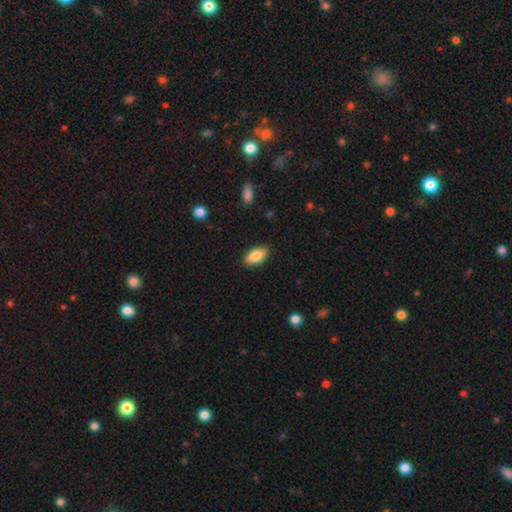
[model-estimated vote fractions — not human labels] This is clearly a smooth galaxy (84%). How rounded: clearly in between (92%). Merging: clearly none (87%).